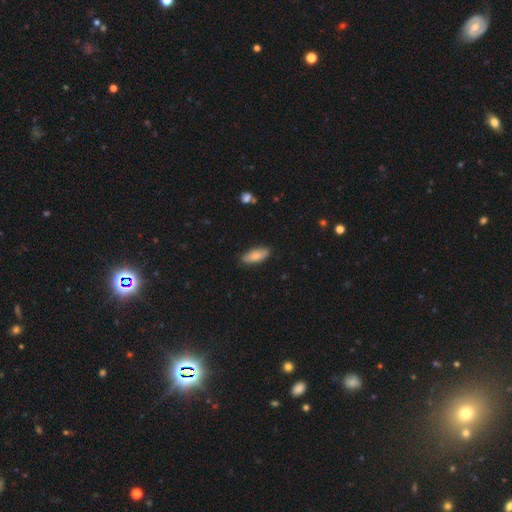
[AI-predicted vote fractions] Smooth or featured?
  - smooth: 78% *
  - featured or disk: 16%
  - star or artifact: 6%
How rounded?
  - in between: 78% *
  - cigar-shaped: 20%
  - round: 2%
Merging?
  - none: 85% *
  - minor disturbance: 12%
  - major disturbance: 2%
  - merger: 1%